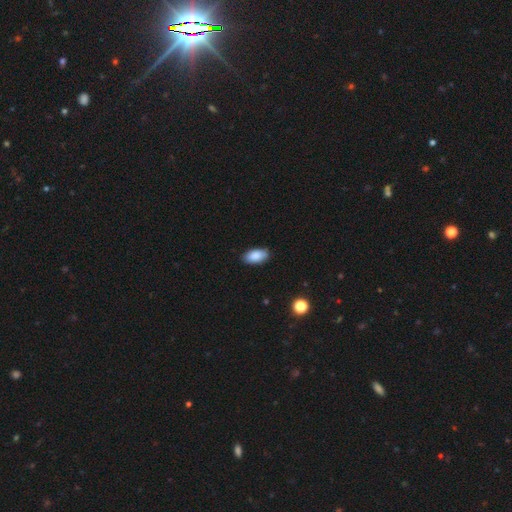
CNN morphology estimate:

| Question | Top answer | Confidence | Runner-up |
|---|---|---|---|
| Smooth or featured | smooth | 87% | star or artifact (7%) |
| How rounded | in between | 93% | cigar-shaped (4%) |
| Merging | none | 86% | minor disturbance (11%) |